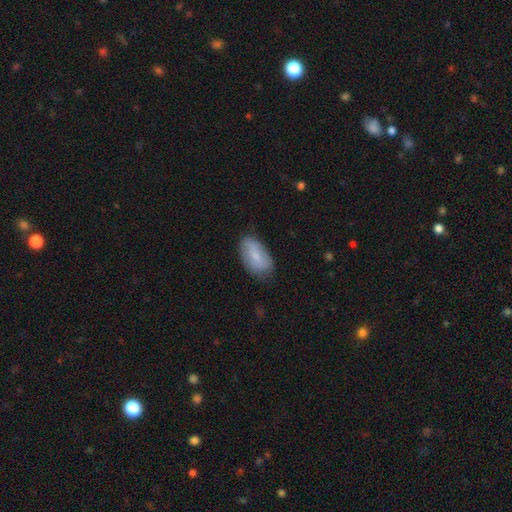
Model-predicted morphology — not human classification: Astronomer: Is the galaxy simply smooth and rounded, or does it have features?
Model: smooth — 72%.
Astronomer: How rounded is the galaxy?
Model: in between — 93%.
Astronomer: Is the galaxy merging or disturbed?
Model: none — 75%.